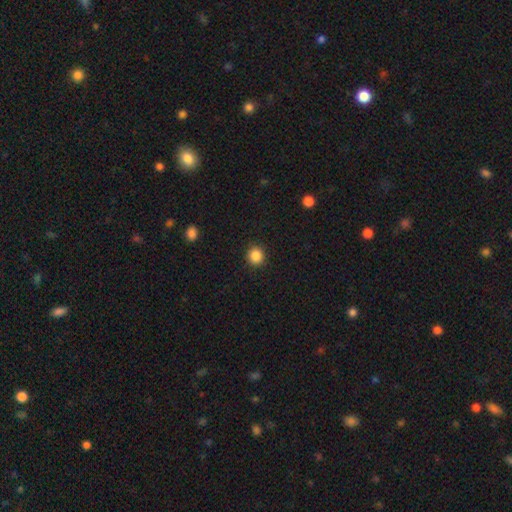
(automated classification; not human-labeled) smooth 87%, star or artifact 10%, featured or disk 3%. Down the decision tree: how rounded — round (91%); merging — none (92%).